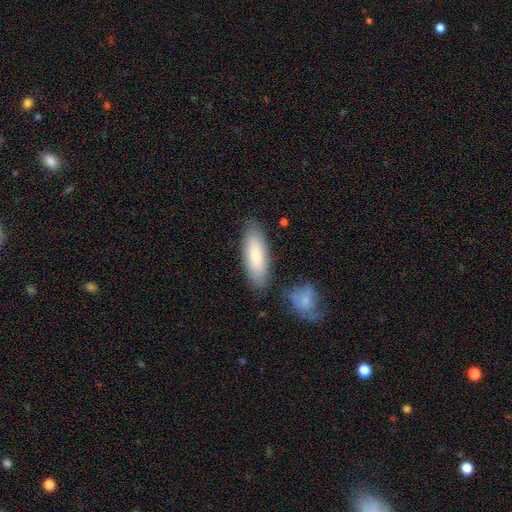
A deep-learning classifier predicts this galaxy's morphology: Smooth or featured: smooth — 79% (featured or disk — 15%)
How rounded: in between — 62% (cigar-shaped — 36%)
Merging: none — 78% (minor disturbance — 13%)